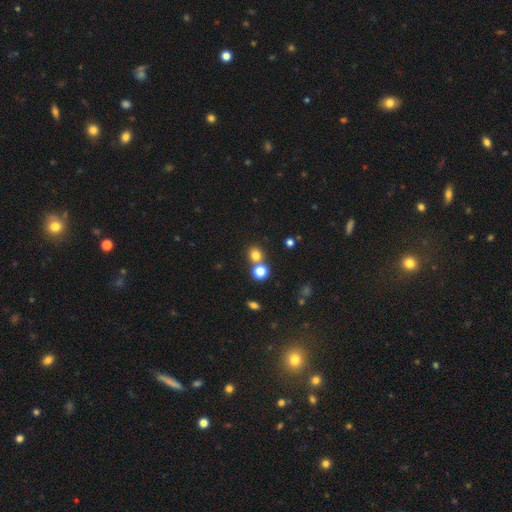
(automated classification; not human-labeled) This is likely a smooth galaxy (76%). How rounded: clearly round (84%). Merging: likely none (63%).